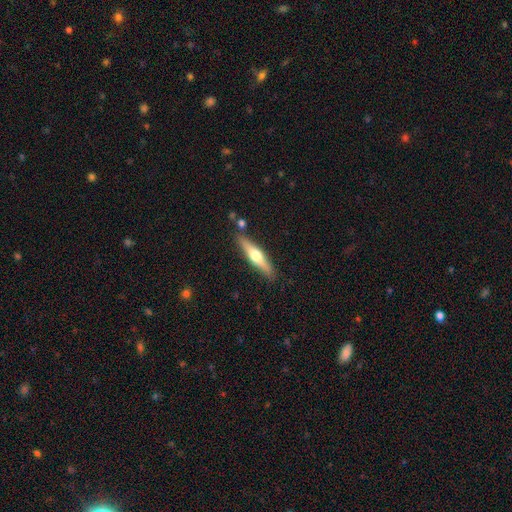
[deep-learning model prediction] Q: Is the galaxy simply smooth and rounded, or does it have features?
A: featured or disk — 55%.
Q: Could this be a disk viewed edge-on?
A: yes — 94%.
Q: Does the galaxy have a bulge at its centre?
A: rounded — 93%.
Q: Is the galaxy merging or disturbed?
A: none — 84%.